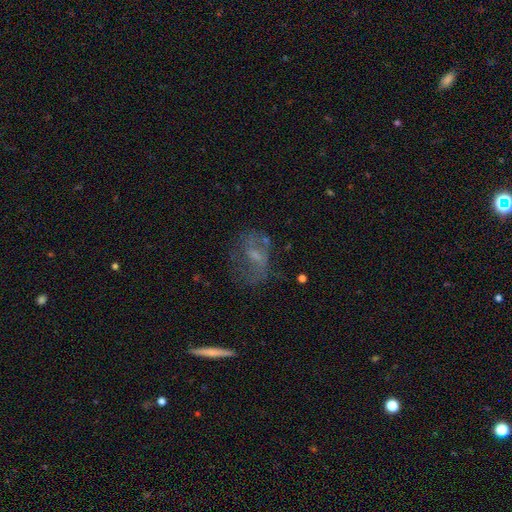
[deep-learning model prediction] The model was most divided on "bar": no: 48%, weak: 40%, strong: 12%. Remaining: edge-on disk — no (94%); smooth or featured — featured or disk (57%); spiral arms — yes (57%); merging — none (51%); bulge size — small (49%).